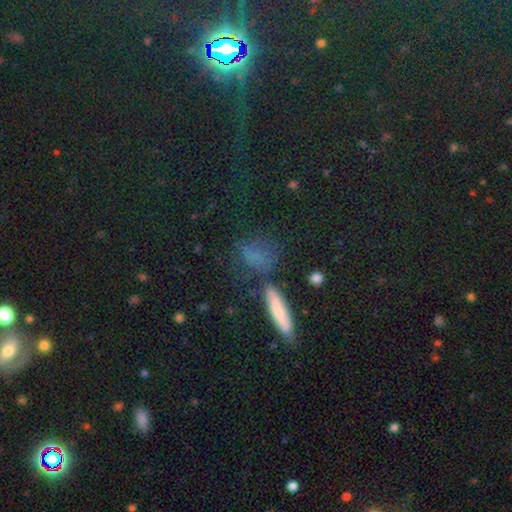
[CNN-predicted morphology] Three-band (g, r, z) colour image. It shows a smooth galaxy with no disk features (61%) that is in between round and cigar-shaped (41%). Merging: none (66%).